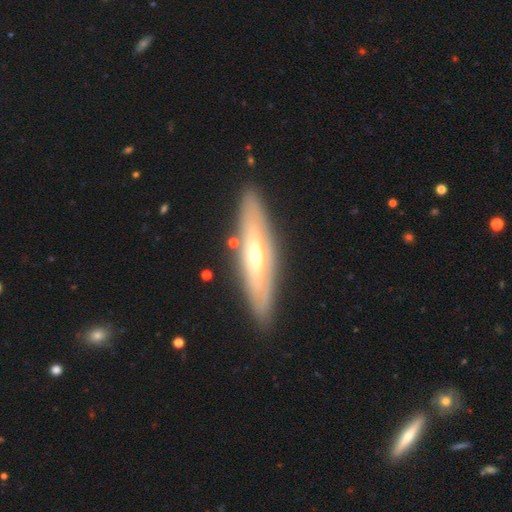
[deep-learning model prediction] Smooth or featured? featured or disk (70%)
Edge-on disk? yes (67%)
Merging? none (85%)